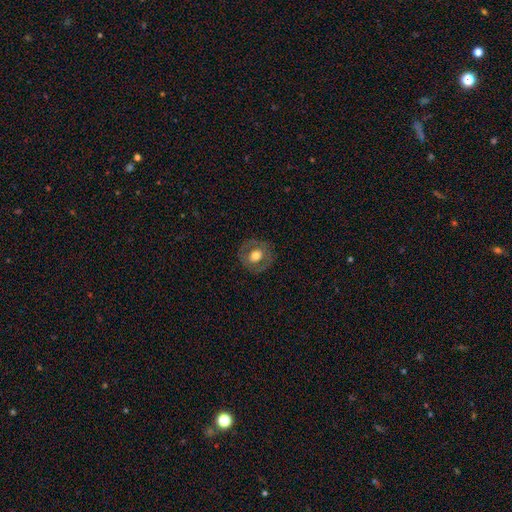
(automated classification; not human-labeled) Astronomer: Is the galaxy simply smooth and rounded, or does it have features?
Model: smooth — 50% (runner-up: featured or disk, 42%).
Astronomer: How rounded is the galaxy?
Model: round — 80%.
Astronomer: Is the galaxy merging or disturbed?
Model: none — 84%.